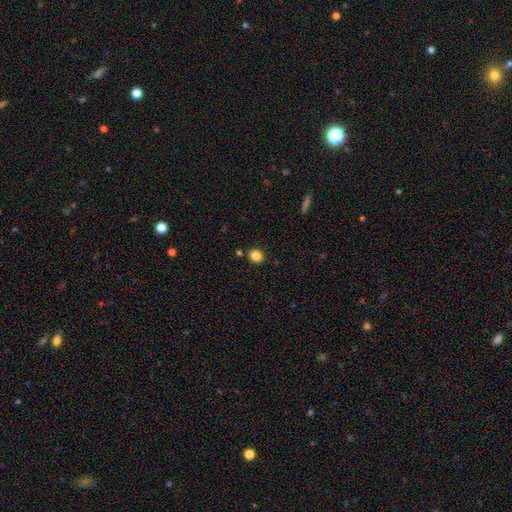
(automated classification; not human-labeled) Smooth or featured: smooth — 84% (star or artifact — 11%)
How rounded: round — 80% (in between — 19%)
Merging: none — 87% (minor disturbance — 7%)